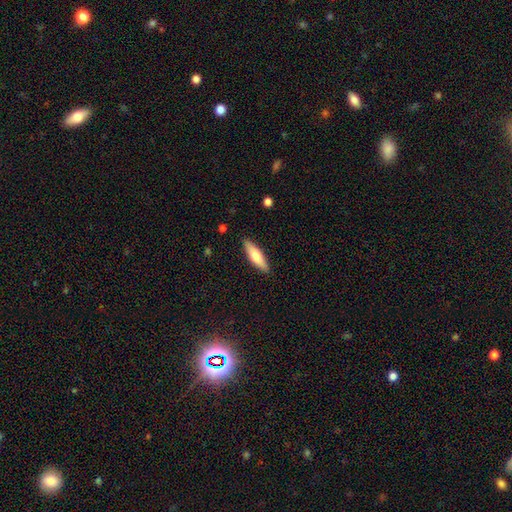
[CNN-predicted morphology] smooth-or-featured: smooth: 64% | featured or disk: 31% | star or artifact: 5%
  how-rounded: cigar-shaped: 60% | in between: 38% | round: 2%
  merging: none: 89% | minor disturbance: 8% | major disturbance: 2% | merger: 1%